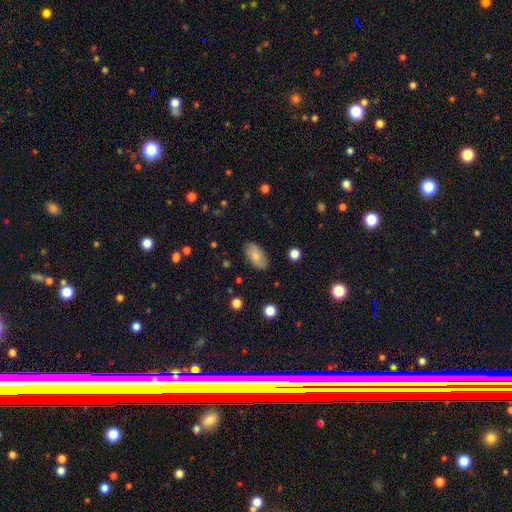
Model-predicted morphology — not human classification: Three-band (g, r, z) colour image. It shows a smooth galaxy with no disk features (78%) that is in between round and cigar-shaped (93%). Merging: none (84%).